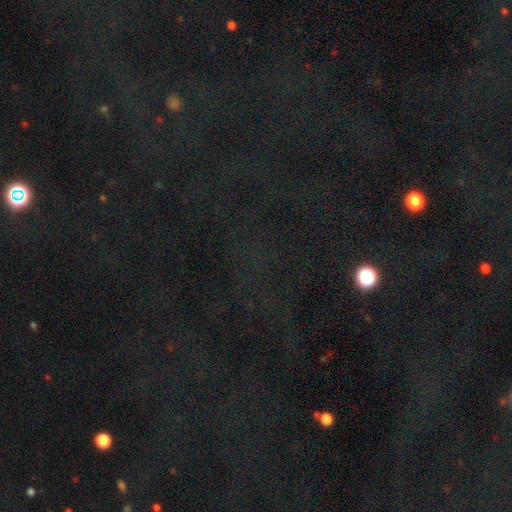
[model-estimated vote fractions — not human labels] Smooth or featured? star or artifact (77%)